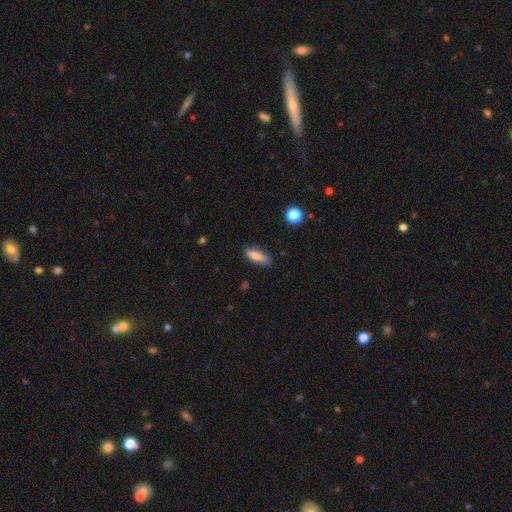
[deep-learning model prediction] smooth-or-featured: smooth: 83% | featured or disk: 9% | star or artifact: 8%
  how-rounded: in between: 59% | cigar-shaped: 38% | round: 2%
  merging: none: 75% | minor disturbance: 20% | major disturbance: 4% | merger: 2%